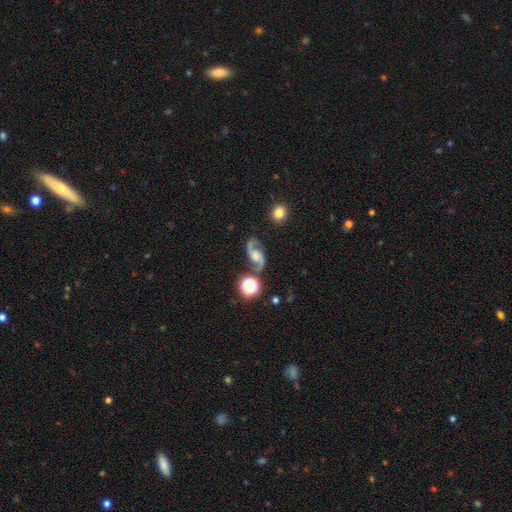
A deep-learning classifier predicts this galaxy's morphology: Smooth or featured?
  - featured or disk: 86% *
  - star or artifact: 7%
  - smooth: 7%
Edge-on disk?
  - no: 97% *
  - yes: 3%
Bar?
  - no: 55% *
  - weak: 36%
  - strong: 9%
Spiral arms?
  - yes: 97% *
  - no: 3%
Spiral winding?
  - loose: 54% *
  - medium: 39%
  - tight: 7%
Spiral arm count?
  - 2: 94% *
  - can't tell: 2%
  - 1: 1%
  - 3: 1%
  - 4: 1%
  - more than 4: 1%
Bulge size?
  - moderate: 39% *
  - small: 23%
  - large: 18%
  - none: 17%
  - dominant: 3%
Merging?
  - none: 75% *
  - minor disturbance: 14%
  - major disturbance: 6%
  - merger: 5%